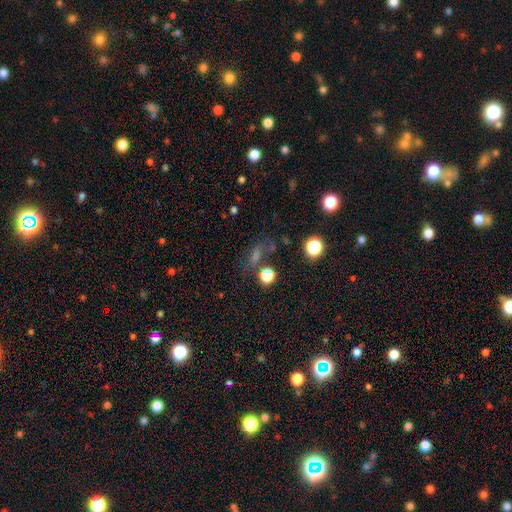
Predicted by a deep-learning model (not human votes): smooth 43%, star or artifact 41%, featured or disk 16%. Down the decision tree: merging — none (61%).